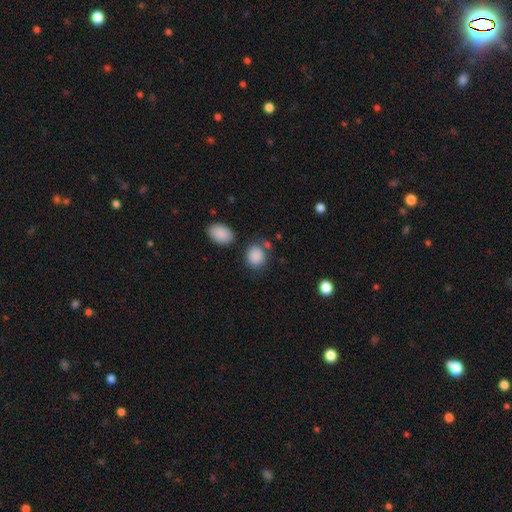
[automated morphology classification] Q: Smooth or featured?
A: smooth (88%); runner-up: star or artifact (8%)
Q: How rounded?
A: round (68%); runner-up: in between (31%)
Q: Merging?
A: none (73%); runner-up: minor disturbance (13%)